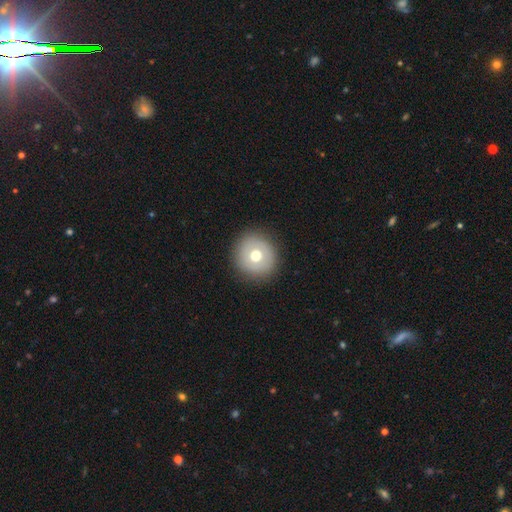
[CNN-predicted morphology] smooth-or-featured: smooth: 65% | featured or disk: 25% | star or artifact: 10%
  how-rounded: round: 93% | in between: 6% | cigar-shaped: 1%
  merging: none: 89% | minor disturbance: 7% | major disturbance: 3% | merger: 1%